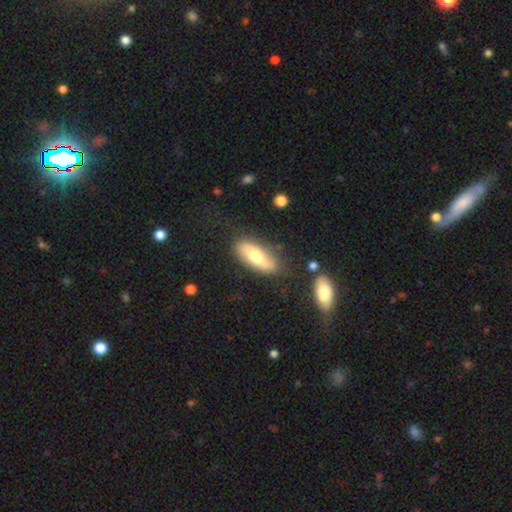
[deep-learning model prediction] smooth_or_featured: smooth (p=0.56) [alt: featured or disk p=0.38]
how_rounded: in between (p=0.73) [alt: cigar-shaped p=0.24]
merging: none (p=0.71) [alt: minor disturbance p=0.19]